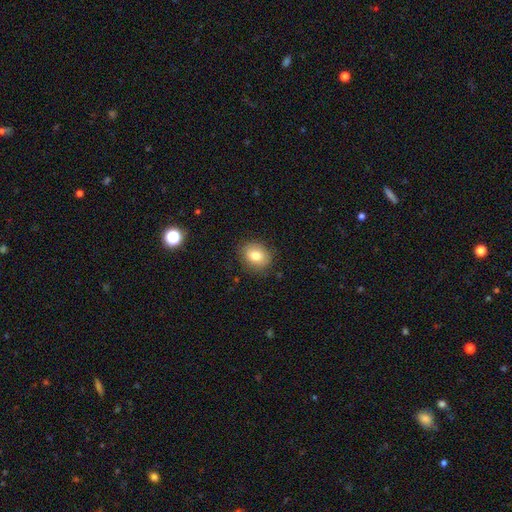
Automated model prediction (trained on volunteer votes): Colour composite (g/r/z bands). It shows a smooth galaxy with no disk features (80%) that is round (50%). Merging: none (85%).